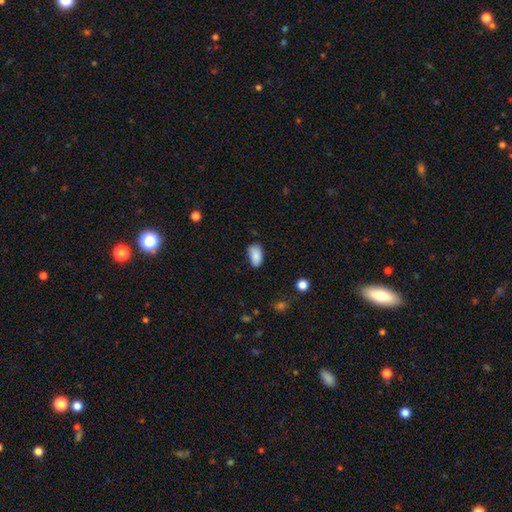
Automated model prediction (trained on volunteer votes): Overall: smooth (87%). How rounded: in between (93%). Merging: none (70%).